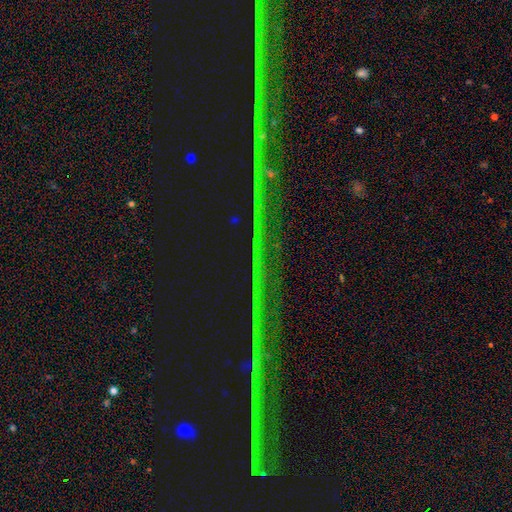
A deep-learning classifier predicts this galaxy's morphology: Overall: star or artifact (86%).